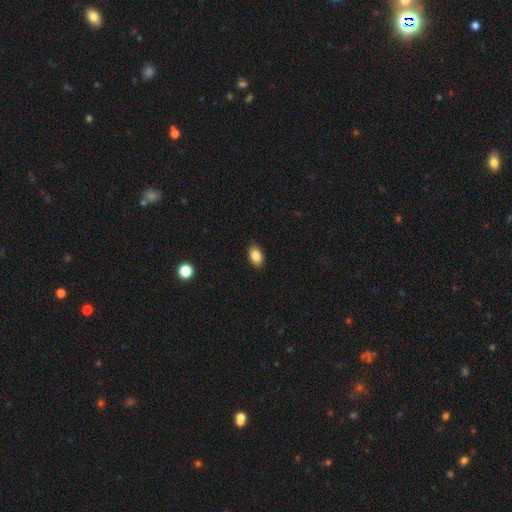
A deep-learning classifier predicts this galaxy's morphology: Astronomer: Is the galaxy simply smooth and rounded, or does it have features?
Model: smooth — 86%.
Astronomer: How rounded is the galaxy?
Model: in between — 88%.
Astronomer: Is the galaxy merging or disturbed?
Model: none — 89%.